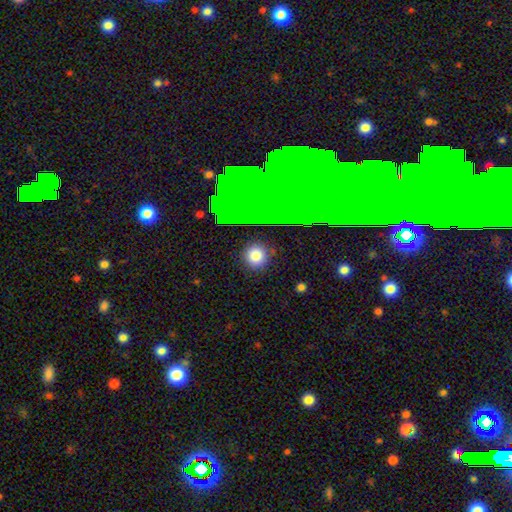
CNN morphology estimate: Smooth or featured: smooth — 78% (star or artifact — 14%)
How rounded: round — 91% (in between — 8%)
Merging: none — 90% (minor disturbance — 6%)